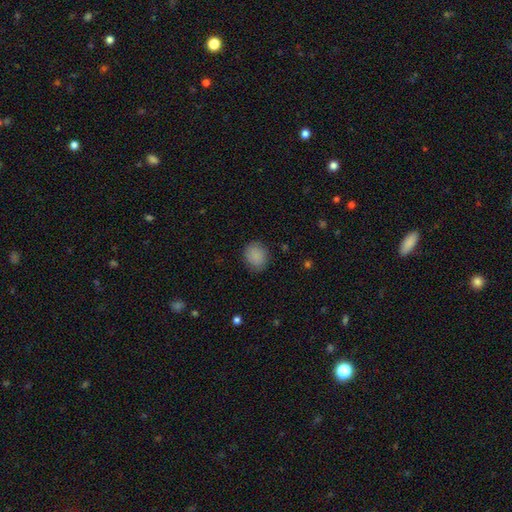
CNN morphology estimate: smooth-or-featured: smooth: 87% | star or artifact: 8% | featured or disk: 5%
  how-rounded: round: 67% | in between: 32% | cigar-shaped: 1%
  merging: none: 84% | minor disturbance: 12% | major disturbance: 3% | merger: 1%